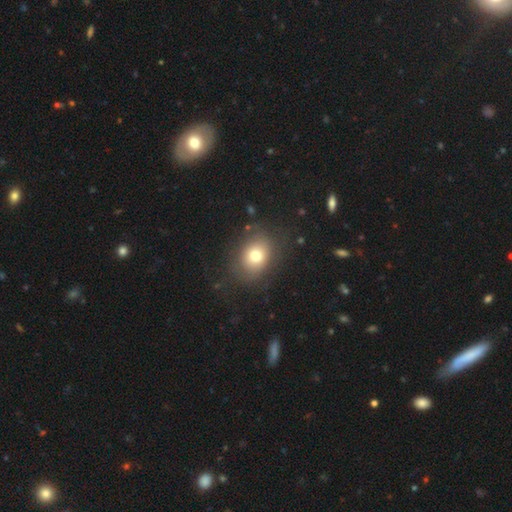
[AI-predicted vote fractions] Q: Smooth or featured?
A: smooth (75%); runner-up: featured or disk (14%)
Q: How rounded?
A: round (50%); runner-up: in between (49%)
Q: Merging?
A: none (76%); runner-up: minor disturbance (15%)